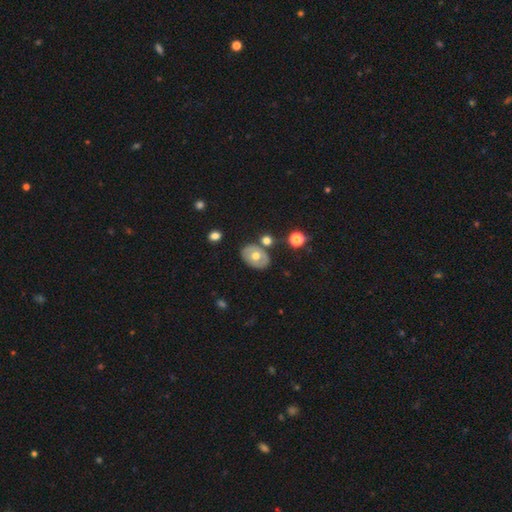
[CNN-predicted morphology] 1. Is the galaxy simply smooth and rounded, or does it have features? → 53% smooth, 39% featured or disk, 8% star or artifact.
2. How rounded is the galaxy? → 74% in between, 25% round, 1% cigar-shaped.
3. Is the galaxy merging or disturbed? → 74% none, 13% minor disturbance, 9% merger, 4% major disturbance.